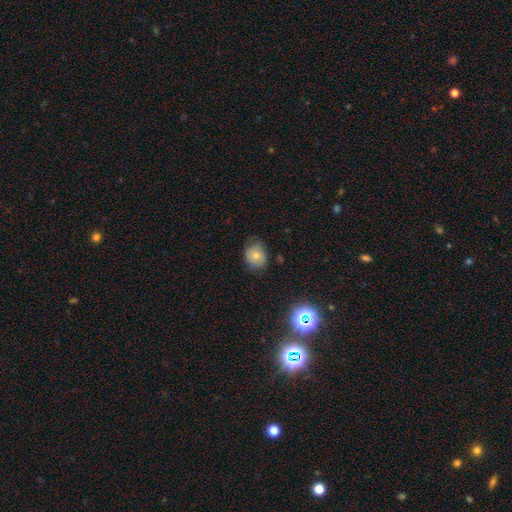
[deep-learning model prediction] Overall: smooth (71%). How rounded: round (64%; in between 35%). Merging: none (70%).